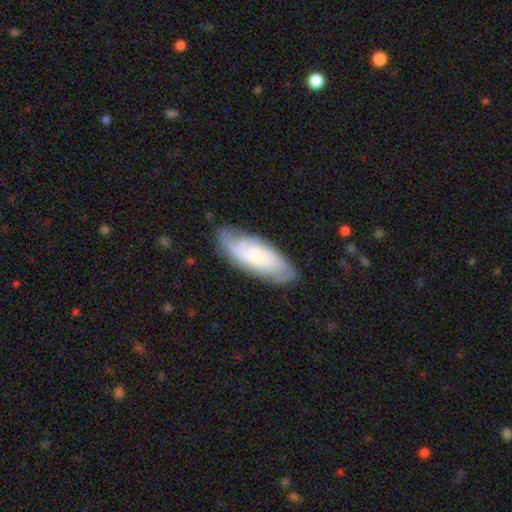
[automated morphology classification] The model was most divided on "smooth or featured": featured or disk: 53%, smooth: 41%, star or artifact: 6%. More confident: edge-on disk — no (84%); merging — none (78%).